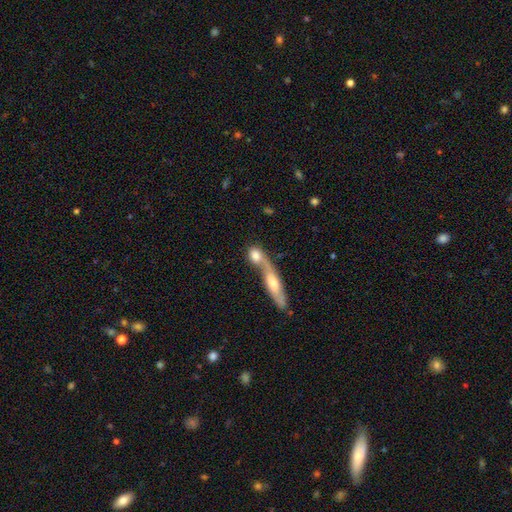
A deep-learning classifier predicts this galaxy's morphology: Q: Smooth or featured?
A: smooth (70%); runner-up: featured or disk (22%)
Q: How rounded?
A: in between (43%); runner-up: round (36%)
Q: Merging?
A: merger (59%); runner-up: none (28%)